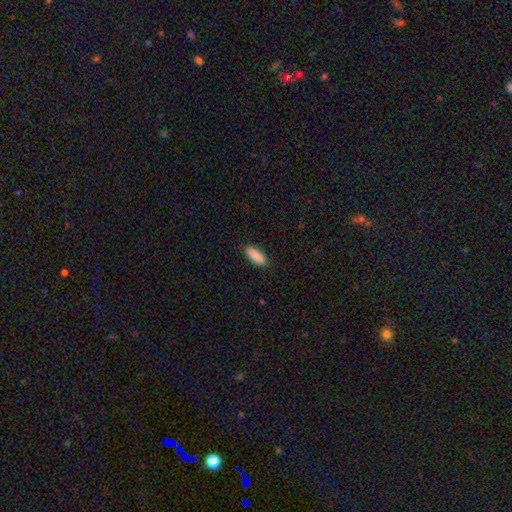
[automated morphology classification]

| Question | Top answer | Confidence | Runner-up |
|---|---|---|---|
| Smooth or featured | smooth | 90% | star or artifact (6%) |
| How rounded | in between | 68% | cigar-shaped (30%) |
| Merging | none | 88% | minor disturbance (9%) |